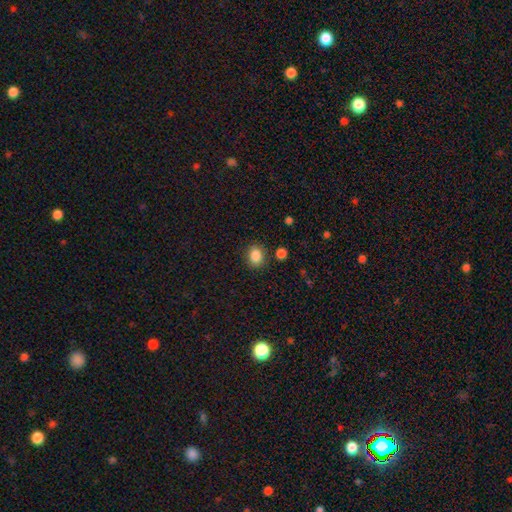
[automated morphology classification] Smooth or featured? smooth (86%)
How rounded? round (51%)
Merging? none (83%)